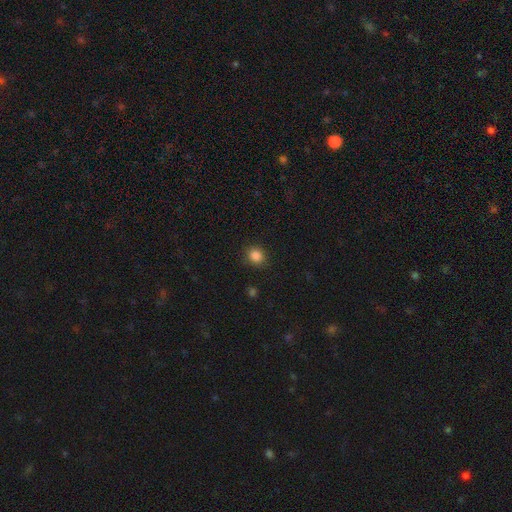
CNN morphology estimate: smooth 85%, star or artifact 12%, featured or disk 4%. Down the decision tree: how rounded — round (82%); merging — none (89%).